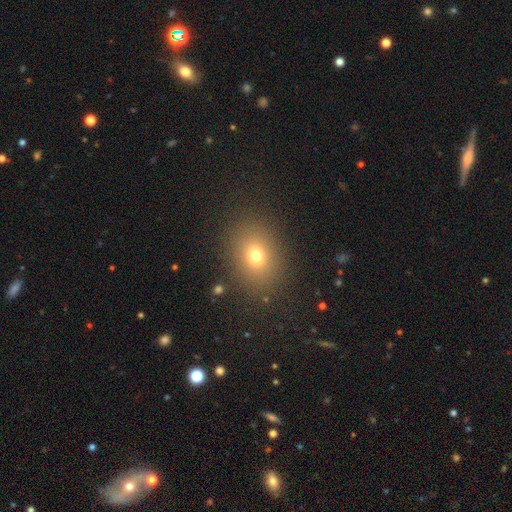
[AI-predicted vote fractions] This is likely a smooth galaxy (72%). How rounded: possibly in between (56%). Merging: clearly none (86%).